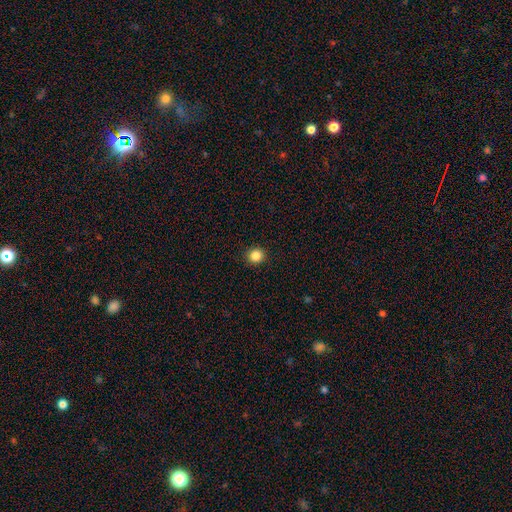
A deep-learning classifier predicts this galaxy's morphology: This is clearly a smooth galaxy (85%). How rounded: clearly round (92%). Merging: clearly none (93%).